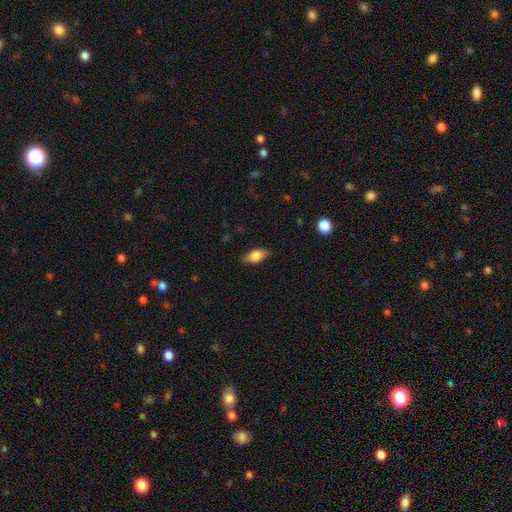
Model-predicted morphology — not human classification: Smooth or featured? Predicted: smooth (p=0.71). How rounded? Predicted: in between (p=0.85). Merging? Predicted: none (p=0.81).